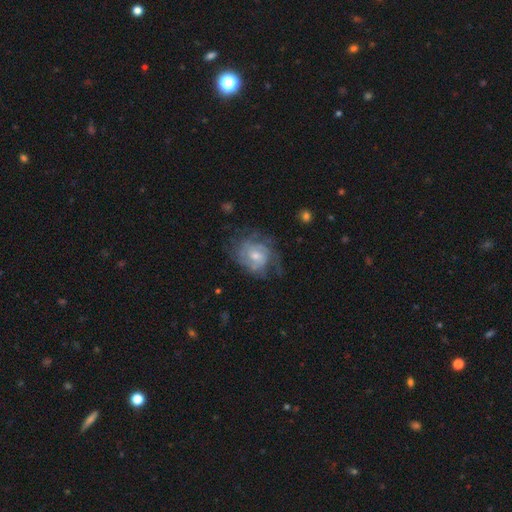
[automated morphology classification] A featured or disk galaxy (72%) with no bar (68%), tight (48%) spiral arms (83%) and a moderate central bulge (49%).

Vote fractions:
- Smooth or featured? featured or disk: 72% / smooth: 21% / star or artifact: 7%
- Edge-on disk? no: 97% / yes: 3%
- Bar? no: 68% / weak: 28% / strong: 4%
- Spiral arms? yes: 83% / no: 17%
- Spiral winding? tight: 48% / medium: 37% / loose: 15%
- Spiral arm count? can't tell: 46% / 2: 21% / 3: 15% / 4: 8% / 1: 5% / more than 4: 4%
- Bulge size? moderate: 49% / small: 45% / large: 4% / none: 2% / dominant: 1%
- Merging? none: 53% / minor disturbance: 24% / major disturbance: 21% / merger: 2%